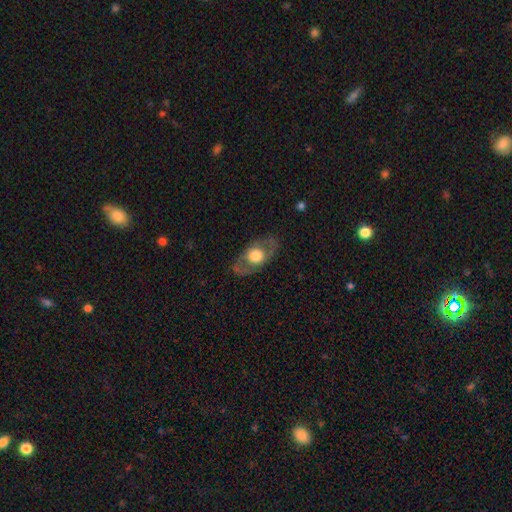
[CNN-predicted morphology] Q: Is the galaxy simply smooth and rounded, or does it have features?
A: featured or disk — 51%.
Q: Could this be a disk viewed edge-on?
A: no — 78%.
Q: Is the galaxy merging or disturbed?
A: none — 80%.